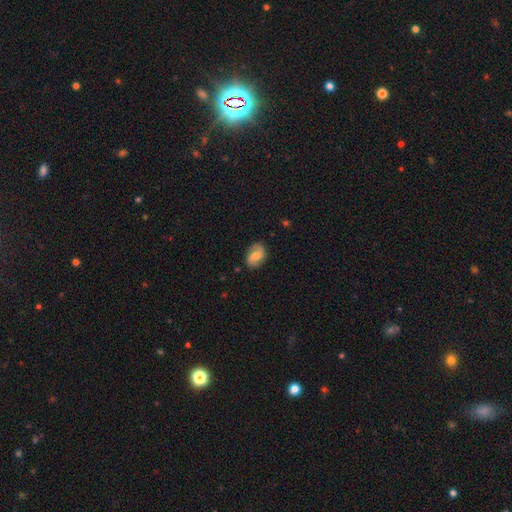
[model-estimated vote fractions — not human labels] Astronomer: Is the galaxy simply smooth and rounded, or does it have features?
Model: featured or disk — 51% (runner-up: smooth, 41%).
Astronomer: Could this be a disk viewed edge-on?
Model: no — 97%.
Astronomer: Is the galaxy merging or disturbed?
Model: none — 82%.